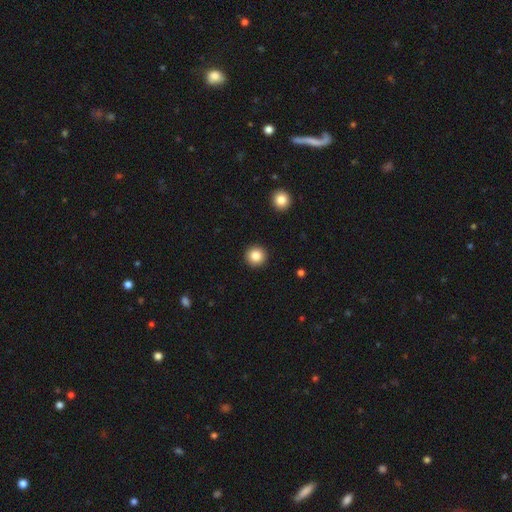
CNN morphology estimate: This is clearly a smooth galaxy (85%). How rounded: clearly round (96%). Merging: clearly none (93%).